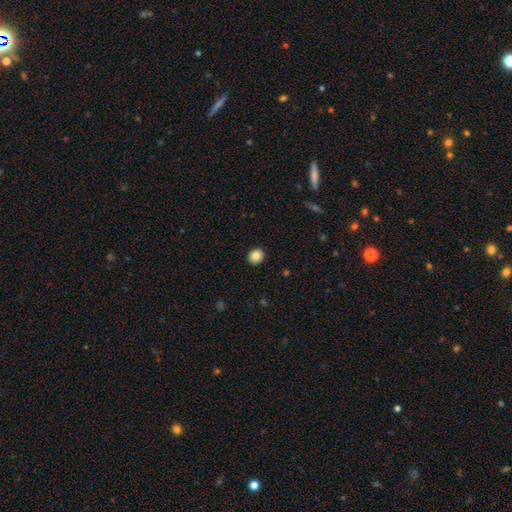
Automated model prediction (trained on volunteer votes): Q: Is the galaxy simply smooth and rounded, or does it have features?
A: smooth — 83%.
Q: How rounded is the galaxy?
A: round — 83%.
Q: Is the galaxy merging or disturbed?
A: none — 92%.